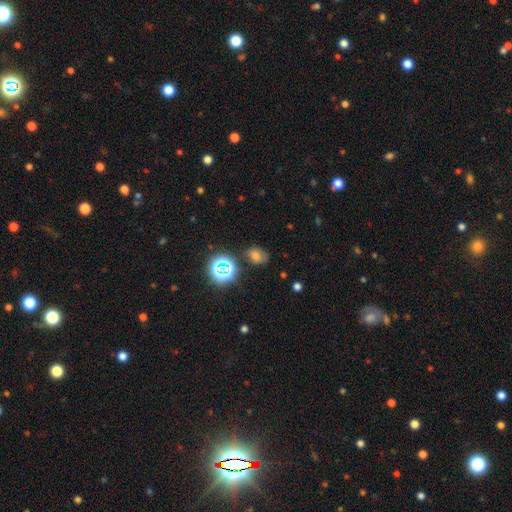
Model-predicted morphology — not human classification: A smooth galaxy with no disk features (50%) that is in between round and cigar-shaped (55%). Merging: none (75%).